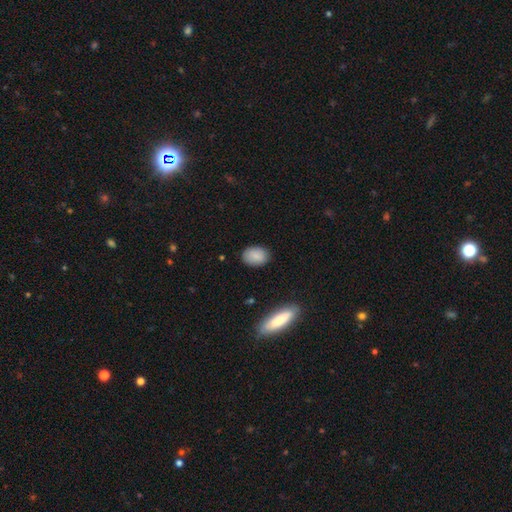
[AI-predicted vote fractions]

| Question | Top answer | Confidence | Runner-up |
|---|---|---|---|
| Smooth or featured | smooth | 87% | star or artifact (7%) |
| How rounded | in between | 80% | round (18%) |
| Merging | none | 86% | minor disturbance (11%) |